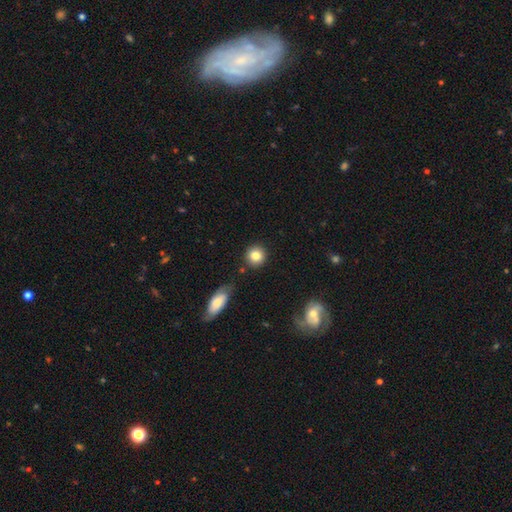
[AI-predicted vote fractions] The model was most divided on "smooth or featured": smooth: 84%, star or artifact: 9%, featured or disk: 7%. More confident: how rounded — round (90%); merging — none (84%).